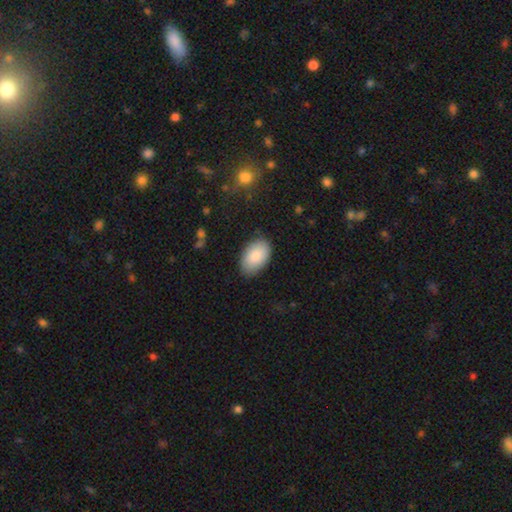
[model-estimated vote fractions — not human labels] smooth-or-featured: smooth: 84% | featured or disk: 9% | star or artifact: 6%
  how-rounded: in between: 92% | round: 6% | cigar-shaped: 1%
  merging: none: 84% | minor disturbance: 12% | major disturbance: 3% | merger: 1%